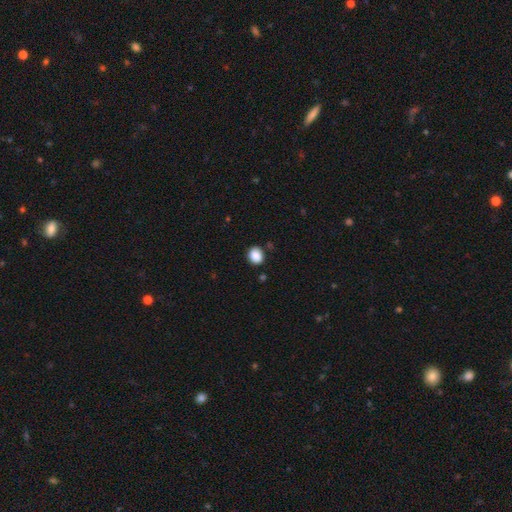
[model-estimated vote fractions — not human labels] Q: Smooth or featured?
A: smooth (89%); runner-up: star or artifact (9%)
Q: How rounded?
A: round (60%); runner-up: in between (39%)
Q: Merging?
A: none (86%); runner-up: minor disturbance (10%)